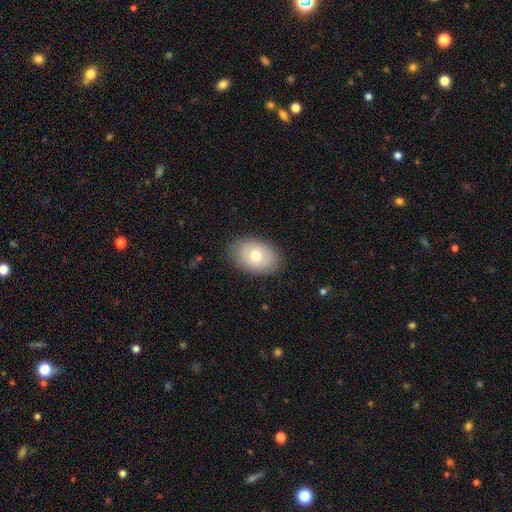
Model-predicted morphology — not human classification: Smooth or featured?
  - smooth: 66% *
  - featured or disk: 27%
  - star or artifact: 7%
How rounded?
  - in between: 81% *
  - round: 18%
  - cigar-shaped: 1%
Merging?
  - none: 83% *
  - minor disturbance: 12%
  - major disturbance: 3%
  - merger: 1%